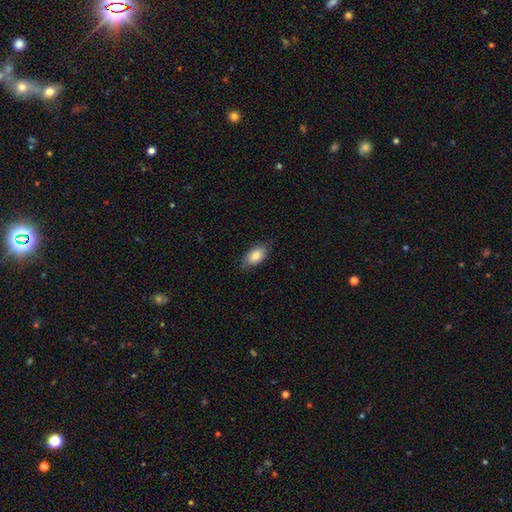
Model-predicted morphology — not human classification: This is clearly a smooth galaxy (84%). How rounded: clearly in between (92%). Merging: likely none (77%).